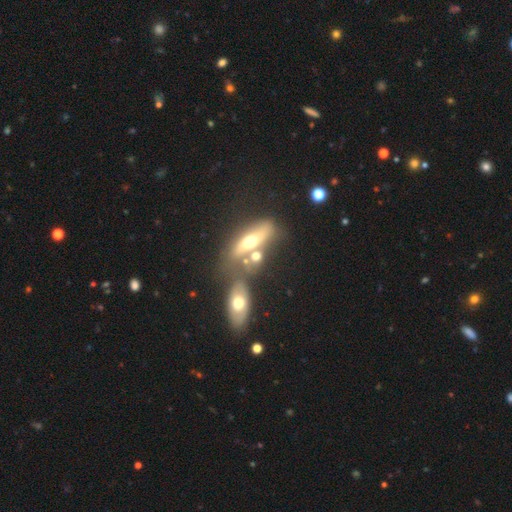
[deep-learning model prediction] Smooth or featured? Predicted: featured or disk (p=0.46). Merging? Predicted: none (p=0.44).